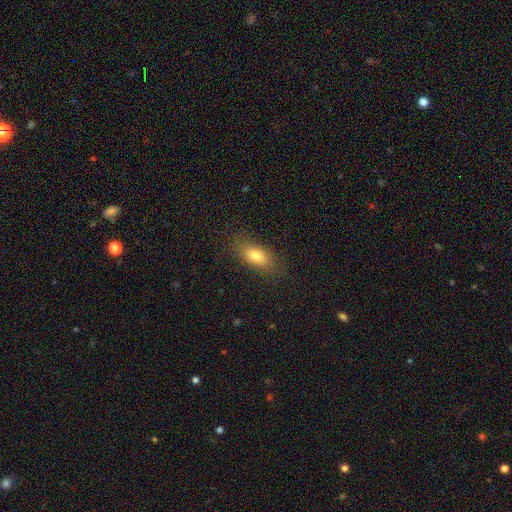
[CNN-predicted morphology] smooth-or-featured: smooth: 80% | featured or disk: 11% | star or artifact: 9%
  how-rounded: in between: 82% | cigar-shaped: 14% | round: 5%
  merging: none: 84% | minor disturbance: 11% | major disturbance: 3% | merger: 1%